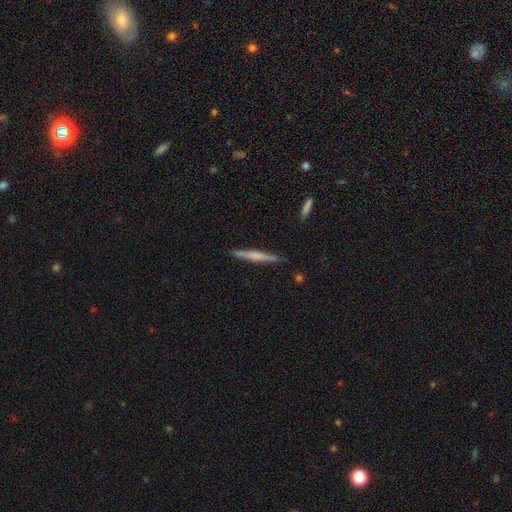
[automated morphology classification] Q: Smooth or featured?
A: smooth (49%); runner-up: featured or disk (46%)
Q: Merging?
A: none (88%); runner-up: minor disturbance (9%)